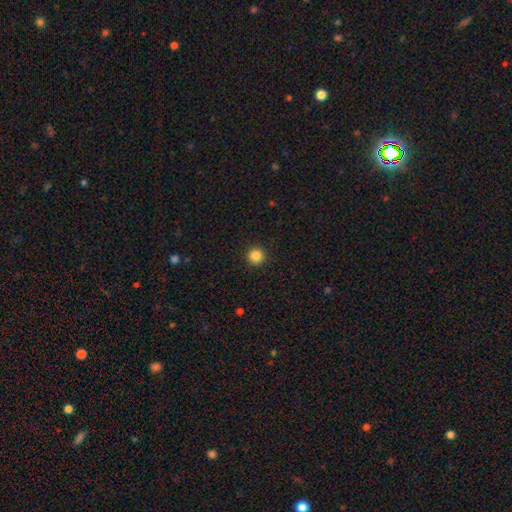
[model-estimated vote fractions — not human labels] A smooth galaxy with no disk features (85%) that is round (96%).

Vote fractions:
- Smooth or featured? smooth: 85% / star or artifact: 11% / featured or disk: 3%
- How rounded? round: 96% / in between: 3% / cigar-shaped: 1%
- Merging? none: 93% / minor disturbance: 4% / major disturbance: 2% / merger: 1%